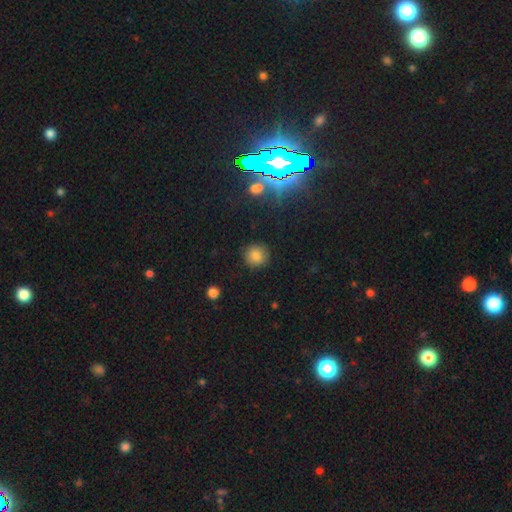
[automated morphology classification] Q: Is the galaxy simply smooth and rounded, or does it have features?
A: smooth — 82%.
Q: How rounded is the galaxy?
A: round — 91%.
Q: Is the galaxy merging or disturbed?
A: none — 87%.